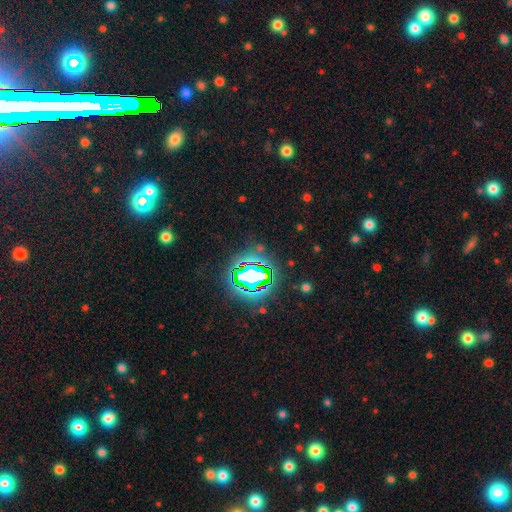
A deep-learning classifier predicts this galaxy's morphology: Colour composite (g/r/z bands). It shows a star or artifact, not a galaxy (79%).